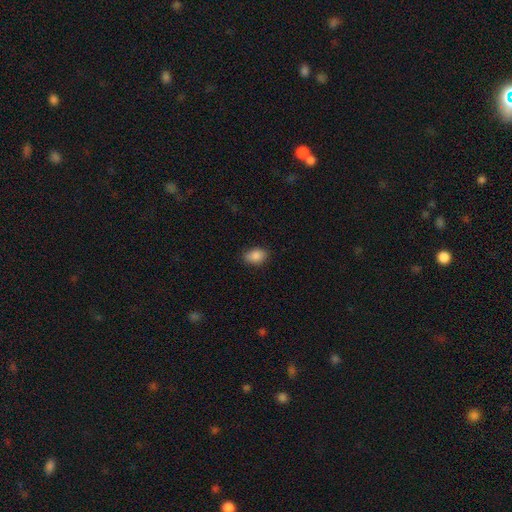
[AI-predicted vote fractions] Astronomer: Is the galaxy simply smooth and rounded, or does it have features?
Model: smooth — 88%.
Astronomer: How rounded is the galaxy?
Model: in between — 78%.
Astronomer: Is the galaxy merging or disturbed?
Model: none — 81%.